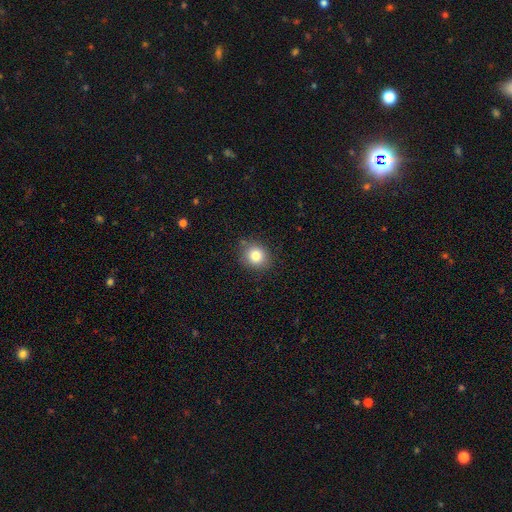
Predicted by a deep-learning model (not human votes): smooth-or-featured: smooth: 82% | star or artifact: 11% | featured or disk: 7%
  how-rounded: round: 77% | in between: 22% | cigar-shaped: 1%
  merging: none: 84% | minor disturbance: 12% | major disturbance: 3% | merger: 2%